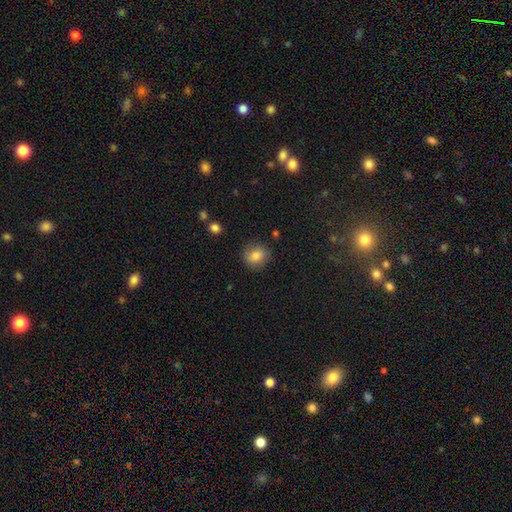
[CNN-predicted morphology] A smooth galaxy with no disk features (80%) that is round (76%).

Vote fractions:
- Smooth or featured? smooth: 80% / featured or disk: 10% / star or artifact: 10%
- How rounded? round: 76% / in between: 23% / cigar-shaped: 1%
- Merging? none: 83% / minor disturbance: 12% / major disturbance: 3% / merger: 1%